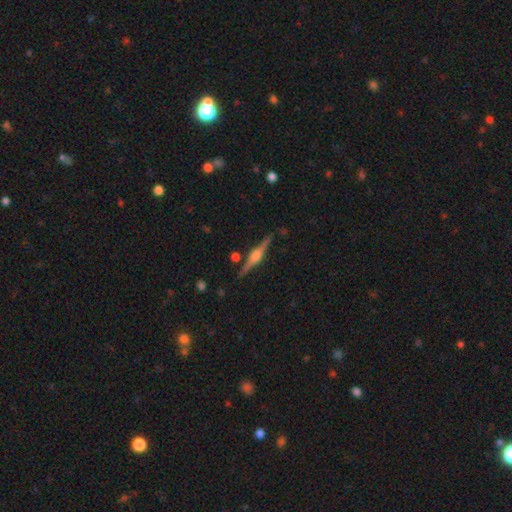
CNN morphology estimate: A featured or disk galaxy (83%) viewed edge-on (98%) with a rounded central bulge (85%).

Vote fractions:
- Smooth or featured? featured or disk: 83% / smooth: 11% / star or artifact: 6%
- Edge-on disk? yes: 98% / no: 2%
- Edge-on bulge? rounded: 85% / boxy: 13% / none: 3%
- Merging? none: 88% / minor disturbance: 8% / merger: 2% / major disturbance: 2%